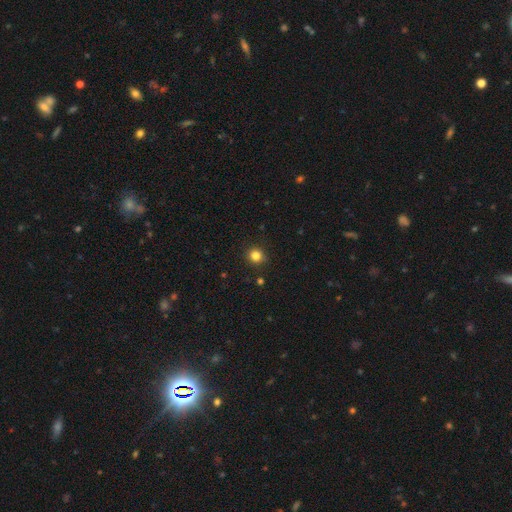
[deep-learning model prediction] The model was most divided on "smooth or featured": smooth: 83%, star or artifact: 12%, featured or disk: 4%. More confident: merging — none (91%); how rounded — round (91%).